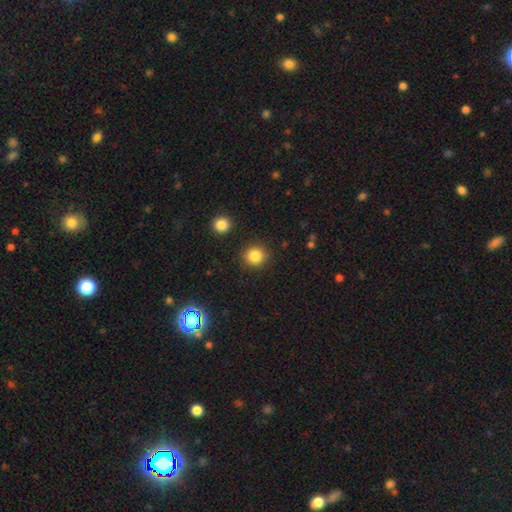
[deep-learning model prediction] This is clearly a smooth galaxy (85%). How rounded: clearly round (89%). Merging: clearly none (89%).